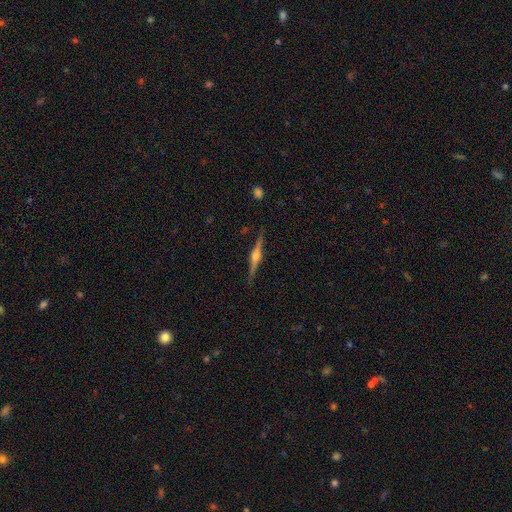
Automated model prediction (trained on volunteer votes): Smooth or featured?
  - featured or disk: 83% *
  - smooth: 12%
  - star or artifact: 6%
Edge-on disk?
  - yes: 98% *
  - no: 2%
Edge-on bulge?
  - rounded: 92% *
  - boxy: 5%
  - none: 2%
Merging?
  - none: 90% *
  - minor disturbance: 7%
  - major disturbance: 2%
  - merger: 1%